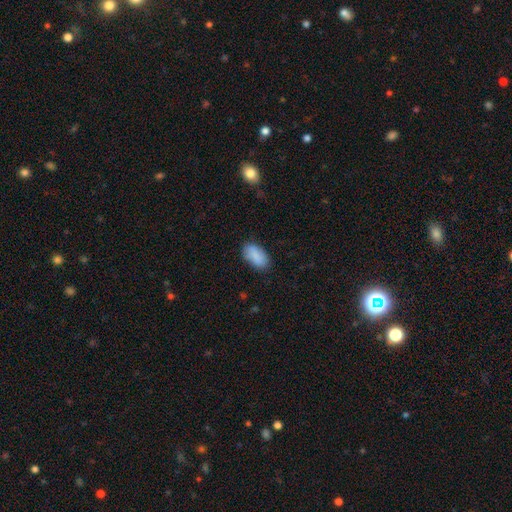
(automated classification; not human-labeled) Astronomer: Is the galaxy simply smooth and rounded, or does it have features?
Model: smooth — 88%.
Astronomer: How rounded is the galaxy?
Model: in between — 94%.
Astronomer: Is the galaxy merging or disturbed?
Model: none — 82%.